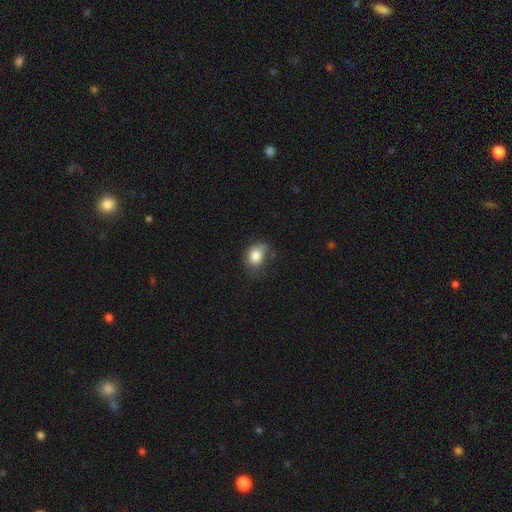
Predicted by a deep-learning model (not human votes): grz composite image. It shows a smooth galaxy with no disk features (81%) that is in between round and cigar-shaped (59%). Merging: none (50%).